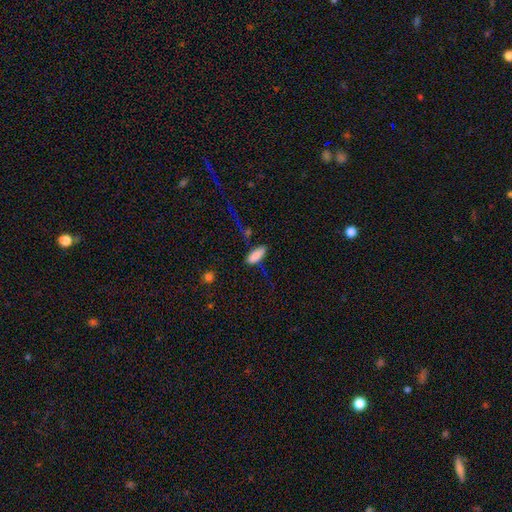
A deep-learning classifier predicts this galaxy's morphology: This appears to be a smooth galaxy with no disk features (85%) that is in between round and cigar-shaped (81%). Merging: none (68%).